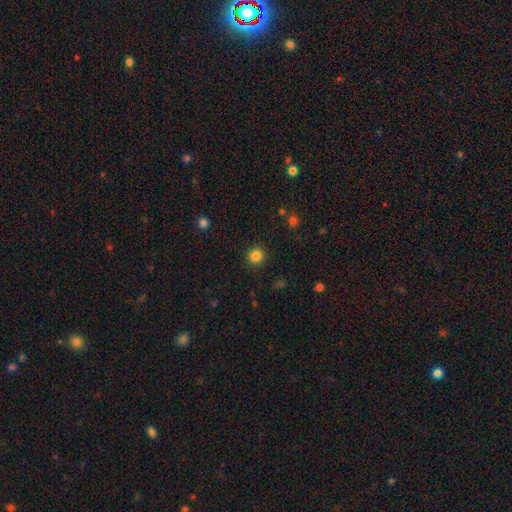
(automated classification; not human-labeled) Smooth or featured? Predicted: smooth (p=0.84). How rounded? Predicted: round (p=0.93). Merging? Predicted: none (p=0.91).